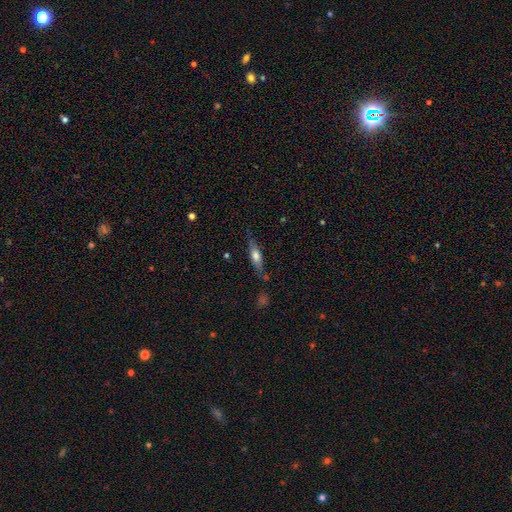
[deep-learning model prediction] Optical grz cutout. It shows a smooth galaxy with no disk features (55%) that is cigar-shaped (62%). Merging: none (73%).